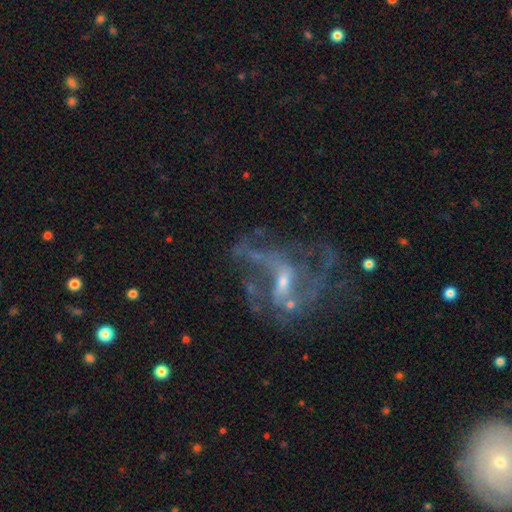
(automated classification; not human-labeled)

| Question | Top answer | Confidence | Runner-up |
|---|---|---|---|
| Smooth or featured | featured or disk | 80% | star or artifact (13%) |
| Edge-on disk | no | 96% | yes (4%) |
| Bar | weak | 43% | no (36%) |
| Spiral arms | yes | 74% | no (26%) |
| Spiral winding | loose | 53% | medium (36%) |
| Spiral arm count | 2 | 40% | can't tell (26%) |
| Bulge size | small | 64% | moderate (25%) |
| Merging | none | 44% | major disturbance (33%) |